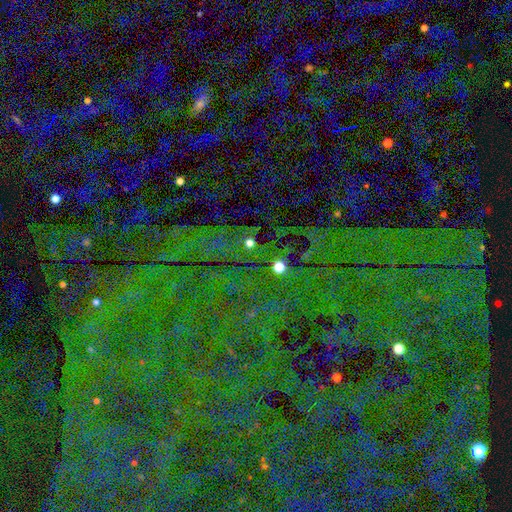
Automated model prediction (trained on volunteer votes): A star or artifact, not a galaxy (81%).